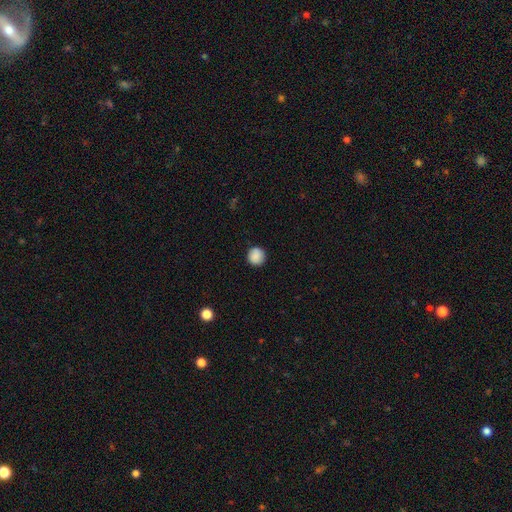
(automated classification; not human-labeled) A smooth galaxy with no disk features (87%) that is round (94%).

Vote fractions:
- Smooth or featured? smooth: 87% / star or artifact: 8% / featured or disk: 4%
- How rounded? round: 94% / in between: 5% / cigar-shaped: 1%
- Merging? none: 88% / minor disturbance: 9% / major disturbance: 2% / merger: 1%